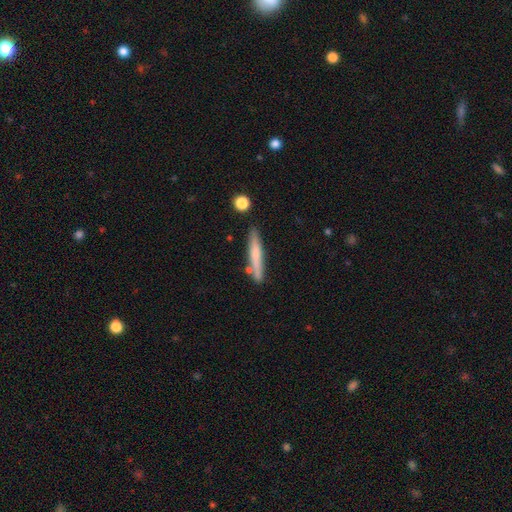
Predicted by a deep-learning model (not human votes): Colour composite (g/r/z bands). It shows a smooth galaxy with no disk features (60%) that is cigar-shaped (93%). Merging: none (79%).